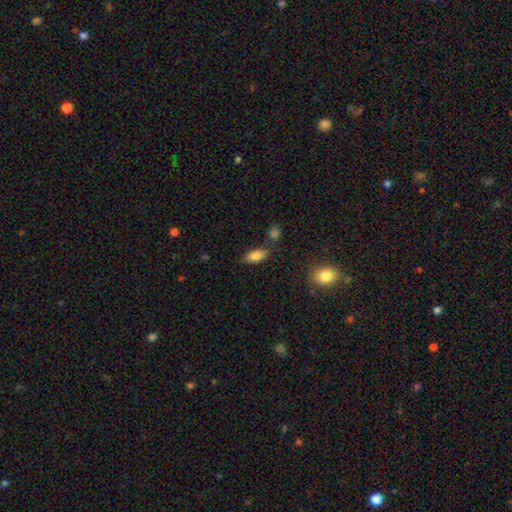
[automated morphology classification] The model was most divided on "merging": none: 73%, minor disturbance: 16%, merger: 8%, major disturbance: 4%. More confident: how rounded — in between (84%); smooth or featured — smooth (79%).